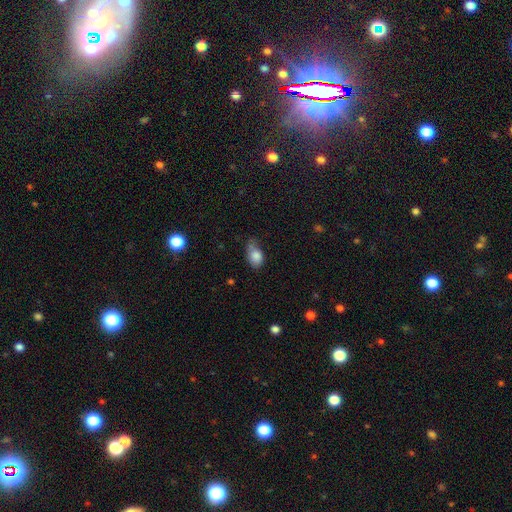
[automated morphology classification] smooth 83%, featured or disk 9%, star or artifact 9%. Down the decision tree: how rounded — in between (80%); merging — minor disturbance (40%).